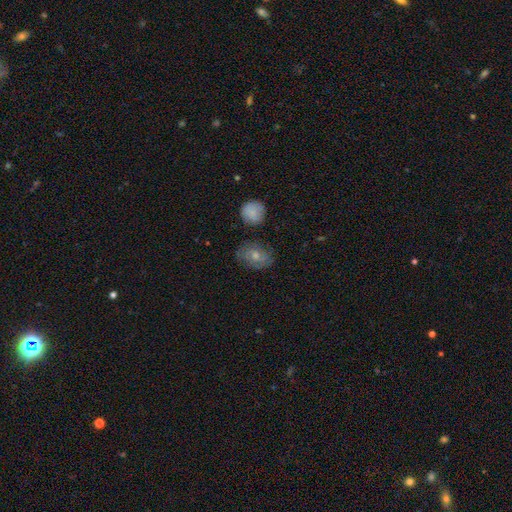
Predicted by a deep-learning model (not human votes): Q: Smooth or featured?
A: smooth (47%); runner-up: featured or disk (44%)
Q: Merging?
A: none (74%); runner-up: minor disturbance (18%)